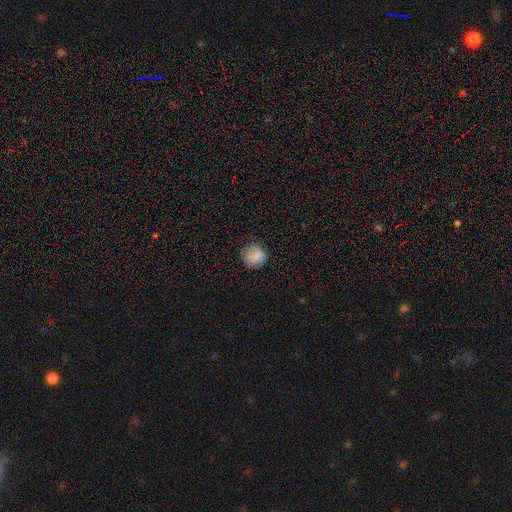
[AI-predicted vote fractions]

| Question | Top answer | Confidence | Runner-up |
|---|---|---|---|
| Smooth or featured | smooth | 83% | star or artifact (9%) |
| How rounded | round | 87% | in between (12%) |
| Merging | none | 81% | minor disturbance (14%) |